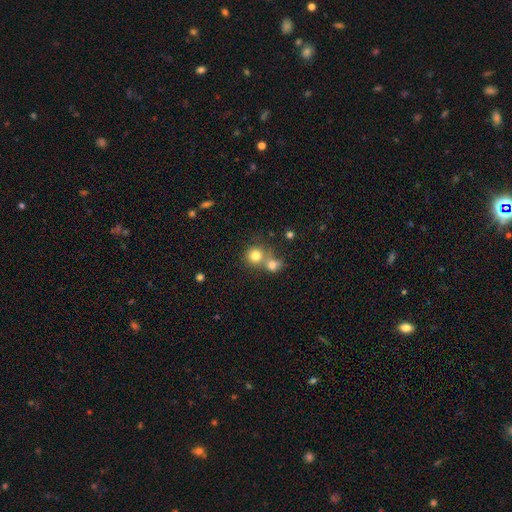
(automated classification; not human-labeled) The model was most divided on "merging": none: 46%, merger: 45%, minor disturbance: 7%, major disturbance: 3%. More confident: how rounded — round (87%); smooth or featured — smooth (79%).